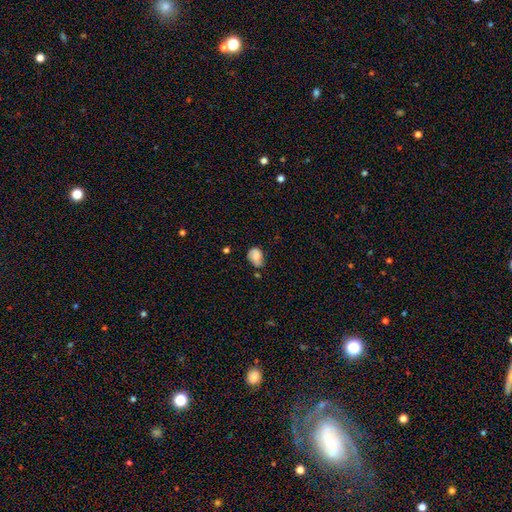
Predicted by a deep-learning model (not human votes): This appears to be a smooth galaxy with no disk features (76%) that is in between round and cigar-shaped (70%). Merging: minor disturbance (41%, tied with none).